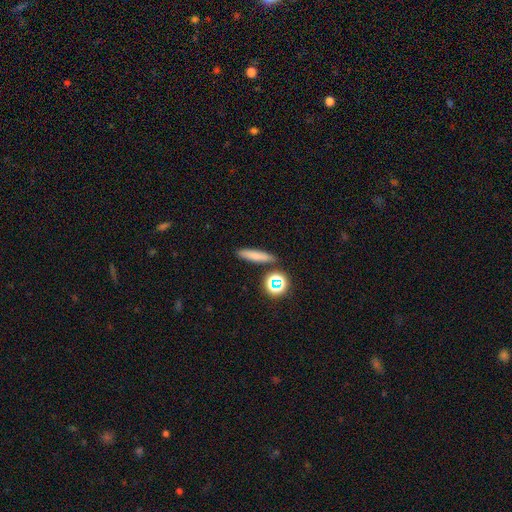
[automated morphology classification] Q: Smooth or featured?
A: smooth (73%); runner-up: featured or disk (14%)
Q: How rounded?
A: cigar-shaped (80%); runner-up: in between (13%)
Q: Merging?
A: none (84%); runner-up: minor disturbance (9%)